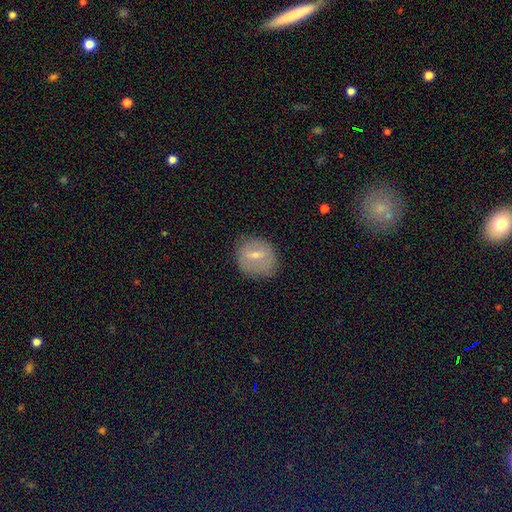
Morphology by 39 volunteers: Smooth or featured: featured or disk — 56% (smooth — 38%)
Edge-on disk: no — 82% (yes — 18%)
Bar: strong — 39% (tied with weak — 39%)
Spiral arms: no — 100%
Bulge size: small — 72% (moderate — 28%)
Merging: none — 54% (minor disturbance — 35%)